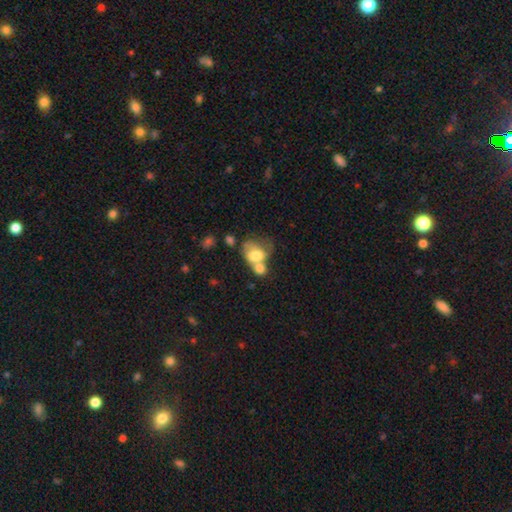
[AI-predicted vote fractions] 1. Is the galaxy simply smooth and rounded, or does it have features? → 68% smooth, 24% featured or disk, 9% star or artifact.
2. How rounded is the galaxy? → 67% in between, 32% round, 1% cigar-shaped.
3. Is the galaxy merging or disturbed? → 64% merger, 14% none, 11% major disturbance, 10% minor disturbance.